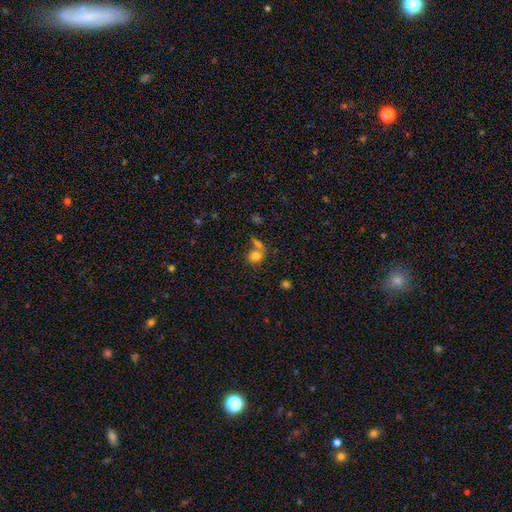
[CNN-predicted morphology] Smooth or featured: smooth — 76% (featured or disk — 13%)
How rounded: round — 73% (in between — 26%)
Merging: none — 45% (merger — 34%)